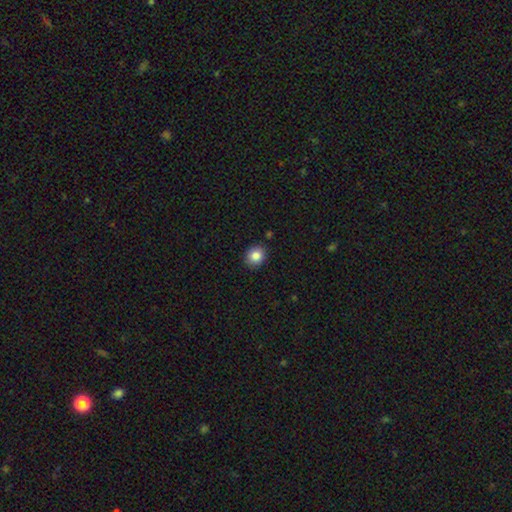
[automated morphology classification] This appears to be a smooth galaxy with no disk features (85%) that is round (72%). Merging: none (89%).